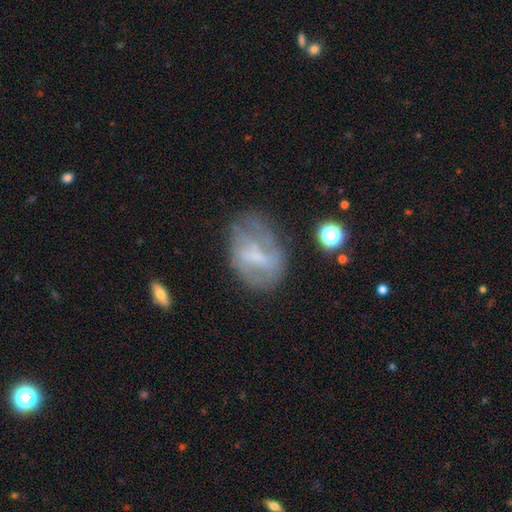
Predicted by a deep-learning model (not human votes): A featured or disk galaxy (58%) with a weak bar (46%), no spiral arms (50%, tied with yes) and a small central bulge (39%).

Vote fractions:
- Smooth or featured? featured or disk: 58% / smooth: 32% / star or artifact: 10%
- Edge-on disk? no: 96% / yes: 4%
- Bar? weak: 46% / no: 32% / strong: 22%
- Spiral arms? no: 50% (tied) / yes: 50% (tied)
- Bulge size? small: 39% / none: 37% / moderate: 20% / large: 2% / dominant: 1%
- Merging? none: 50% / minor disturbance: 27% / major disturbance: 20% / merger: 3%